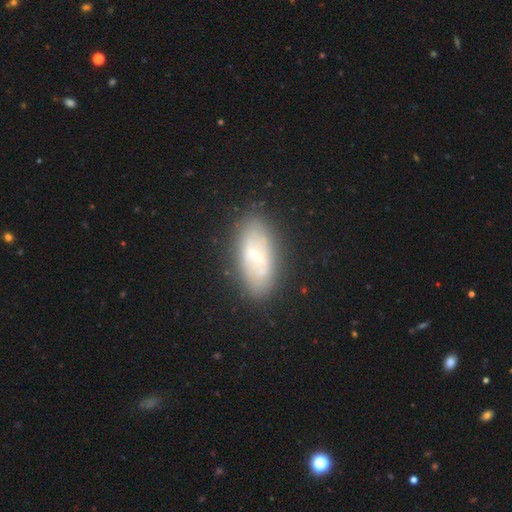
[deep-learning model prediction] A featured or disk galaxy (47%).

Vote fractions:
- Smooth or featured? featured or disk: 47% / smooth: 44% / star or artifact: 9%
- Merging? none: 75% / minor disturbance: 17% / major disturbance: 5% / merger: 3%